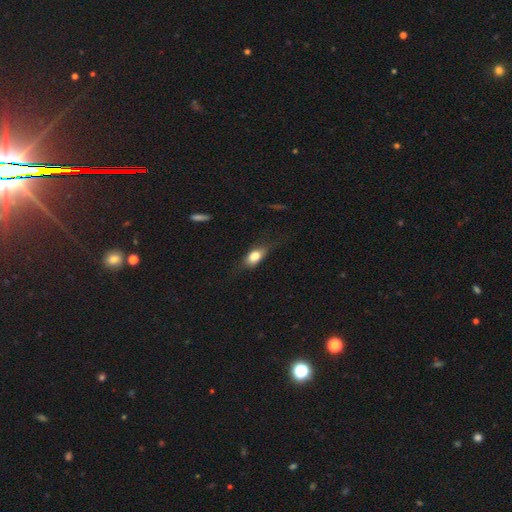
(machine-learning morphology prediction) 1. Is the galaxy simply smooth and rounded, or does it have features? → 72% smooth, 19% featured or disk, 9% star or artifact.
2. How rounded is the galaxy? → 76% in between, 13% cigar-shaped, 11% round.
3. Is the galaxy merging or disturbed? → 63% none, 24% minor disturbance, 11% major disturbance, 2% merger.